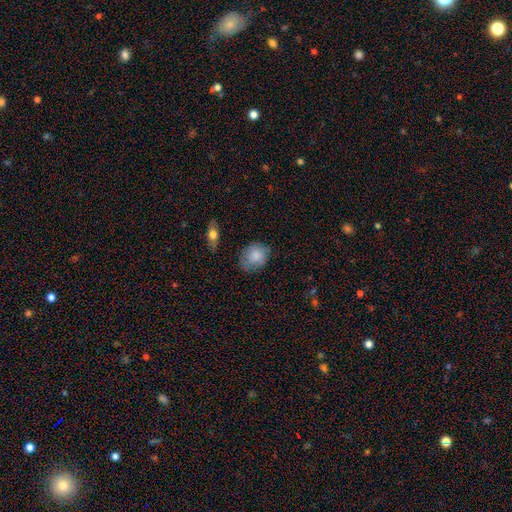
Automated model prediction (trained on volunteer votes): Morphology: type=smooth (79%); roundness=round (52%); merging=none (67%).